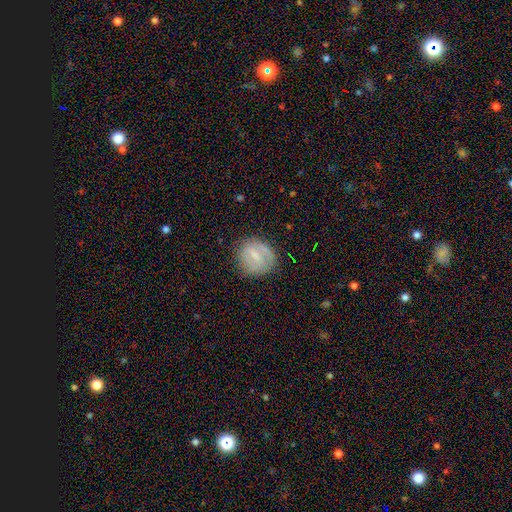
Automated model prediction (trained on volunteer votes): Q: Smooth or featured?
A: smooth (51%); runner-up: featured or disk (41%)
Q: How rounded?
A: round (79%); runner-up: in between (20%)
Q: Merging?
A: none (75%); runner-up: minor disturbance (17%)